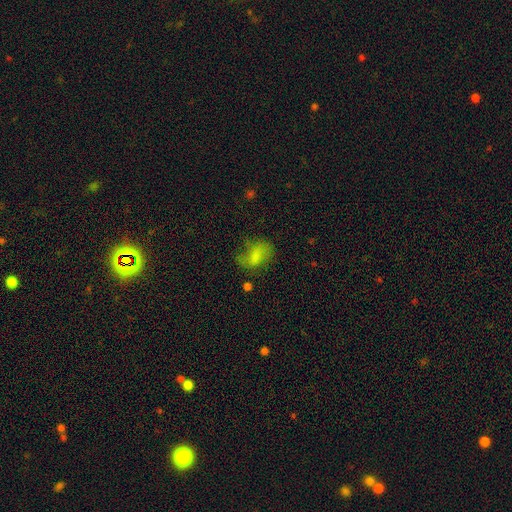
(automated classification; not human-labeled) smooth-or-featured: smooth: 63% | featured or disk: 25% | star or artifact: 12%
  how-rounded: in between: 84% | round: 13% | cigar-shaped: 3%
  merging: none: 49% | minor disturbance: 27% | major disturbance: 20% | merger: 4%